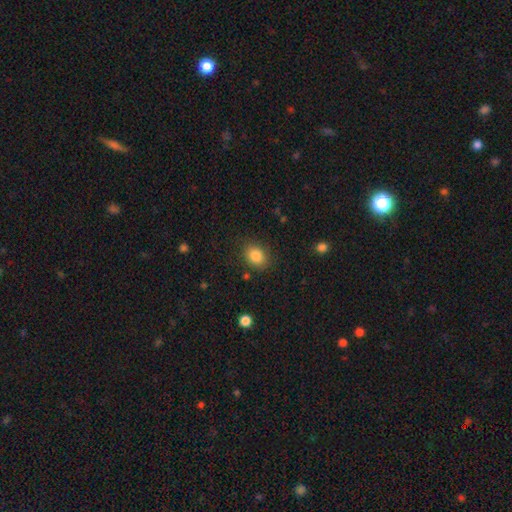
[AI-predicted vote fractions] Smooth or featured: smooth — 85% (star or artifact — 9%)
How rounded: in between — 55% (round — 44%)
Merging: none — 83% (minor disturbance — 12%)